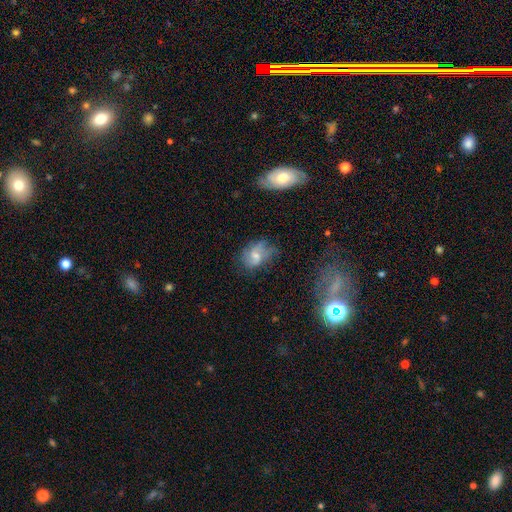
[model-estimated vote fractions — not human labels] This appears to be a featured or disk galaxy (51%). Merging: none (51%).